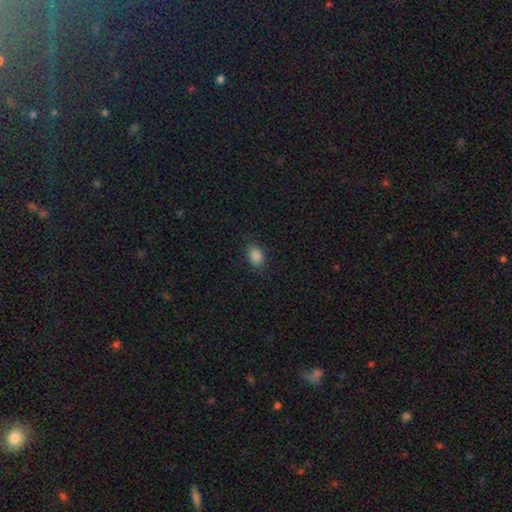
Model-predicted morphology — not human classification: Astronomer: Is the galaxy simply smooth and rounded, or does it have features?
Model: smooth — 86%.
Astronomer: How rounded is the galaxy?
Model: in between — 76%.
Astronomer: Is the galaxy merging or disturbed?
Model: none — 86%.